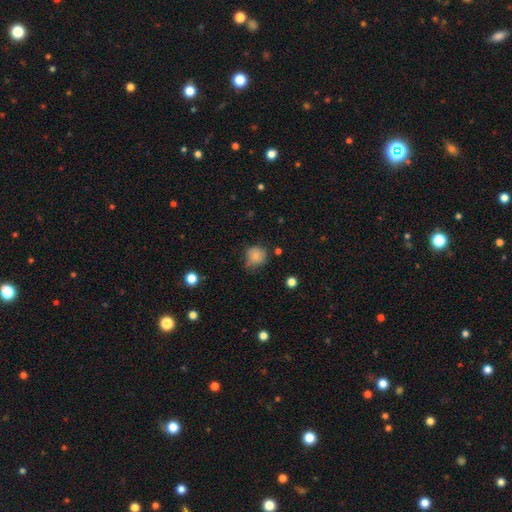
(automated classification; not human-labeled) This appears to be a smooth galaxy with no disk features (81%) that is round (83%). Merging: none (57%).